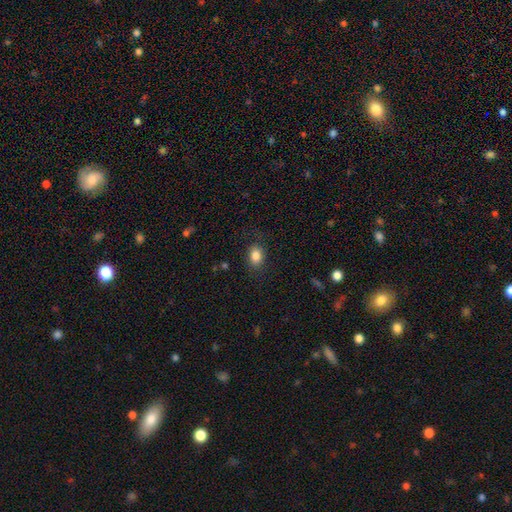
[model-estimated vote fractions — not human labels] The model was most divided on "how rounded": in between: 72%, round: 27%, cigar-shaped: 1%. More confident: smooth or featured — smooth (85%); merging — none (82%).